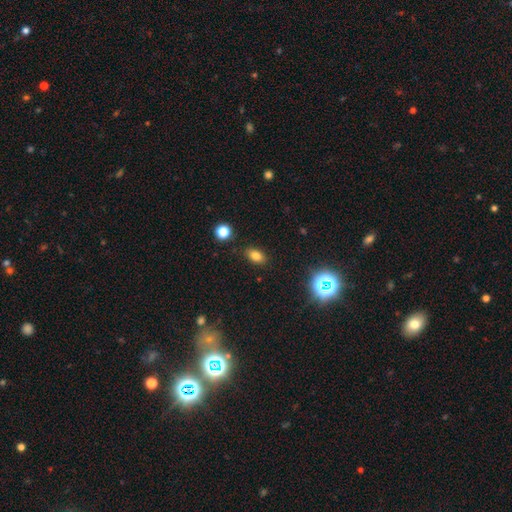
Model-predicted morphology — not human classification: Q: Smooth or featured?
A: smooth (77%); runner-up: star or artifact (15%)
Q: How rounded?
A: in between (85%); runner-up: round (12%)
Q: Merging?
A: none (86%); runner-up: minor disturbance (9%)